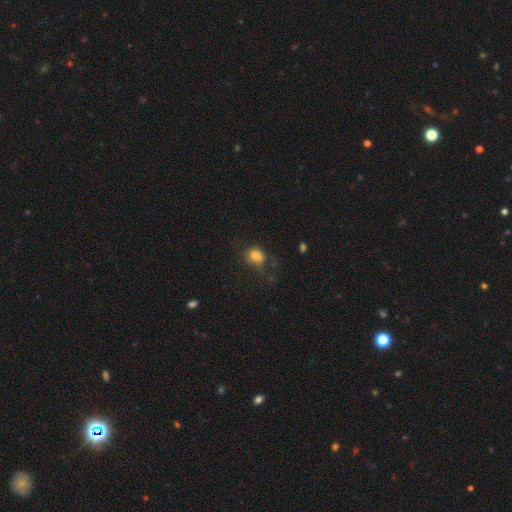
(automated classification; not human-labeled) smooth_or_featured: smooth (p=0.80) [alt: star or artifact p=0.11]
how_rounded: round (p=0.54) [alt: in between p=0.45]
merging: none (p=0.62) [alt: minor disturbance p=0.24]